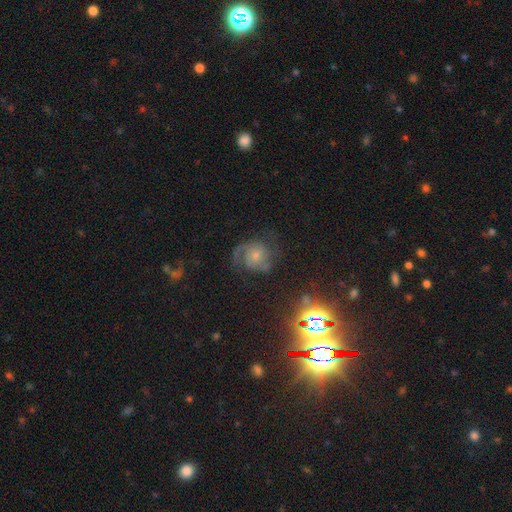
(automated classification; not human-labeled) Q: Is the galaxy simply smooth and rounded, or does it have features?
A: featured or disk — 71%.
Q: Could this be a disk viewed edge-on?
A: no — 98%.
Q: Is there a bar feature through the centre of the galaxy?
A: no — 74%.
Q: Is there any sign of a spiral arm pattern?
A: yes — 92%.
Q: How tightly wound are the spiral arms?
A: medium — 46%.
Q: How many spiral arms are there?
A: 2 — 49%.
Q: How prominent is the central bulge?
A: small — 54%.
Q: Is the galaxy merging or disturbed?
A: none — 57%.